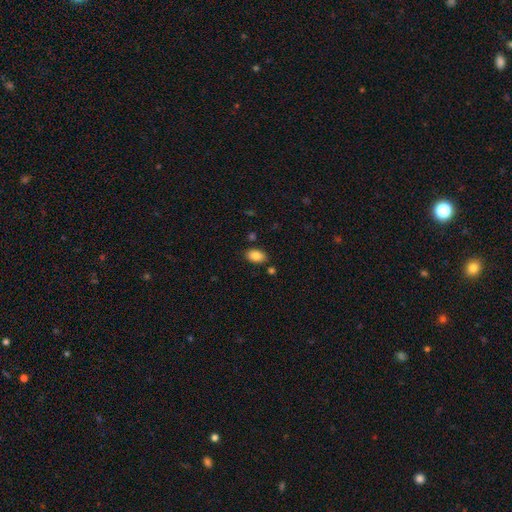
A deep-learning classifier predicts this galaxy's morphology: smooth_or_featured: smooth (p=0.86) [alt: star or artifact p=0.08]
how_rounded: in between (p=0.89) [alt: round p=0.10]
merging: none (p=0.82) [alt: minor disturbance p=0.11]